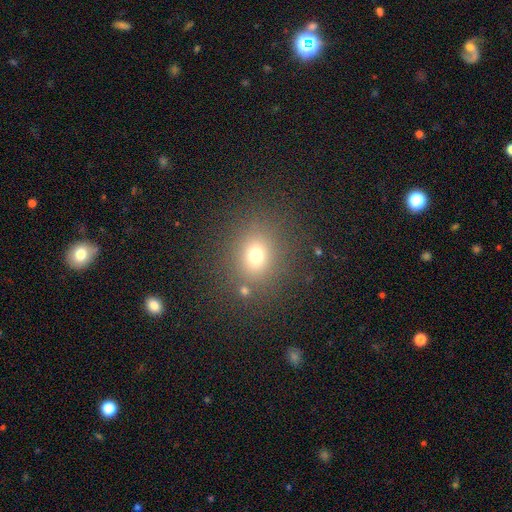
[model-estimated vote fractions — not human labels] Q: Smooth or featured?
A: smooth (71%); runner-up: star or artifact (19%)
Q: How rounded?
A: round (74%); runner-up: in between (25%)
Q: Merging?
A: none (82%); runner-up: minor disturbance (9%)